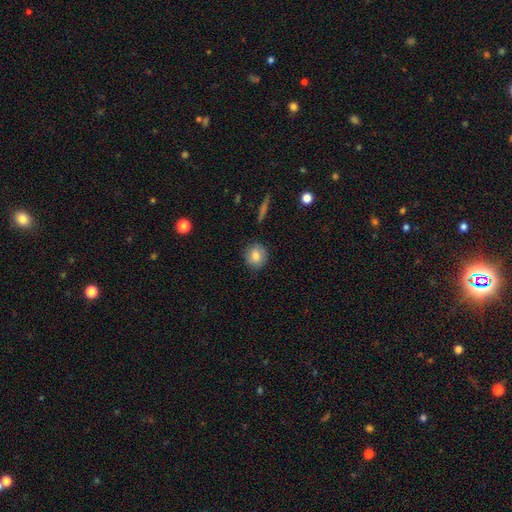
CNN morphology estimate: This appears to be a smooth galaxy with no disk features (80%) that is round (84%). Merging: none (86%).